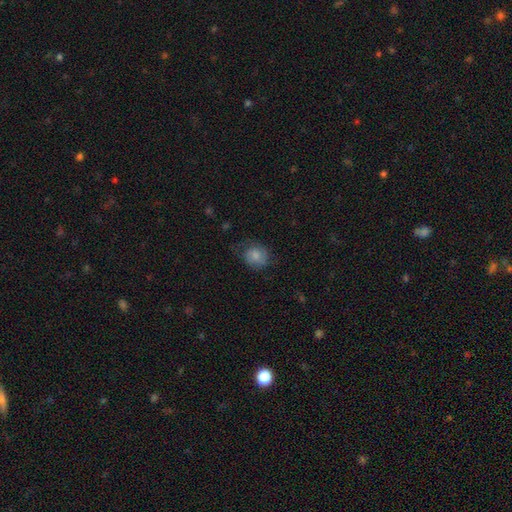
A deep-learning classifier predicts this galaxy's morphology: Q: Smooth or featured?
A: smooth (76%); runner-up: featured or disk (16%)
Q: How rounded?
A: round (73%); runner-up: in between (26%)
Q: Merging?
A: none (64%); runner-up: minor disturbance (24%)